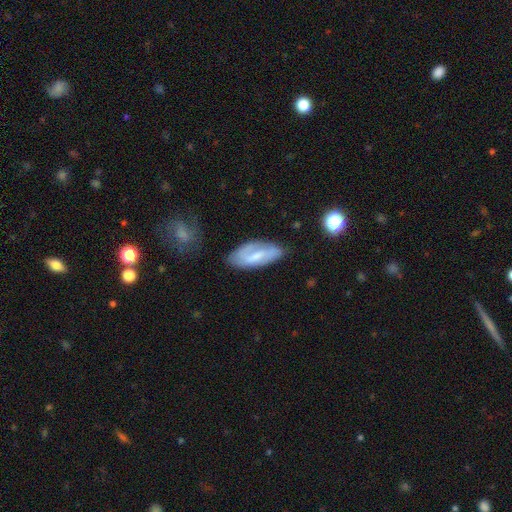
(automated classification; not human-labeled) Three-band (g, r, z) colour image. It shows a featured or disk galaxy (52%). Merging: none (70%).